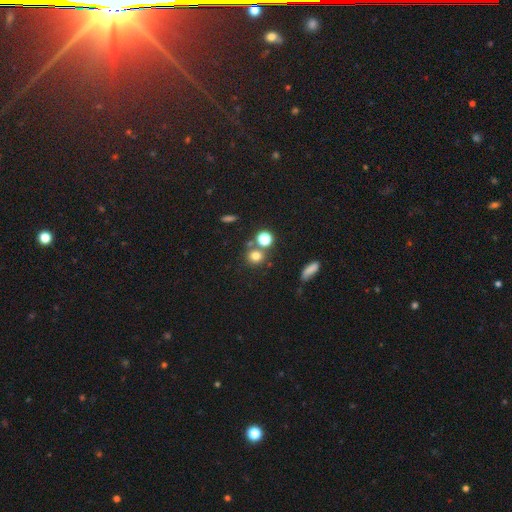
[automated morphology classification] This appears to be a smooth galaxy with no disk features (74%) that is round (84%). Merging: none (66%).